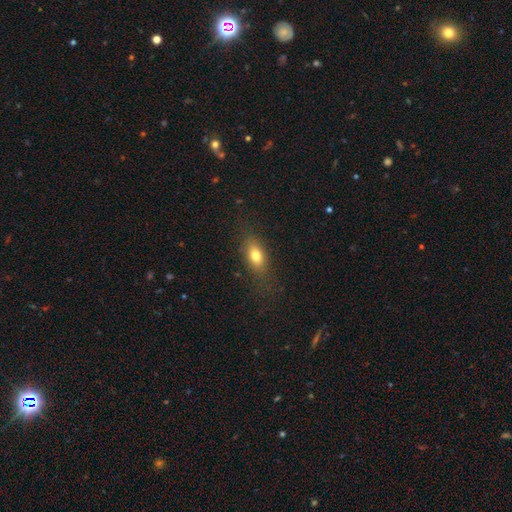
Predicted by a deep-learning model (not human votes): Q: Smooth or featured?
A: smooth (75%); runner-up: featured or disk (16%)
Q: How rounded?
A: in between (79%); runner-up: cigar-shaped (11%)
Q: Merging?
A: none (78%); runner-up: minor disturbance (15%)